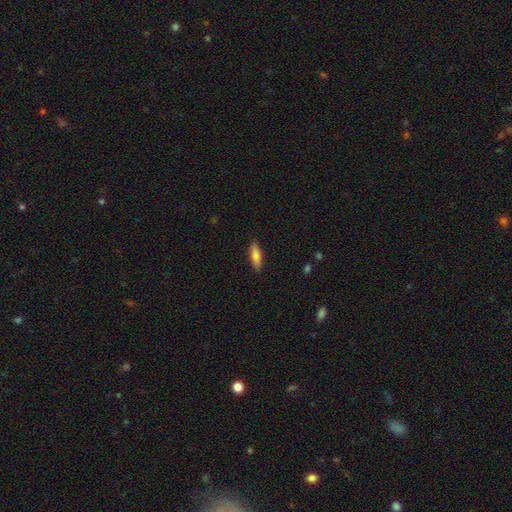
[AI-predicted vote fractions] smooth_or_featured: smooth (p=0.76) [alt: featured or disk p=0.17]
how_rounded: cigar-shaped (p=0.53) [alt: in between p=0.45]
merging: none (p=0.89) [alt: minor disturbance p=0.08]